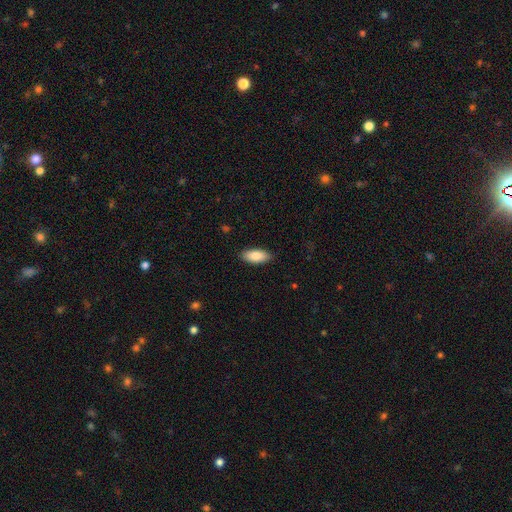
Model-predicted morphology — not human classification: The model was most divided on "how rounded": in between: 86%, cigar-shaped: 12%, round: 2%. More confident: merging — none (89%); smooth or featured — smooth (86%).